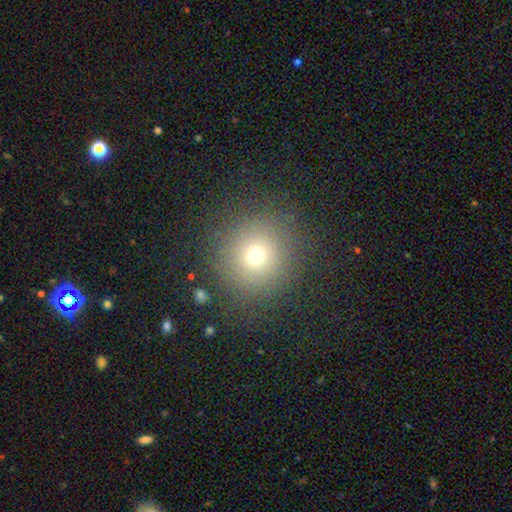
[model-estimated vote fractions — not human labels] A smooth galaxy with no disk features (69%) that is round (94%).

Vote fractions:
- Smooth or featured? smooth: 69% / star or artifact: 19% / featured or disk: 12%
- How rounded? round: 94% / in between: 5% / cigar-shaped: 1%
- Merging? none: 86% / minor disturbance: 8% / major disturbance: 5% / merger: 1%